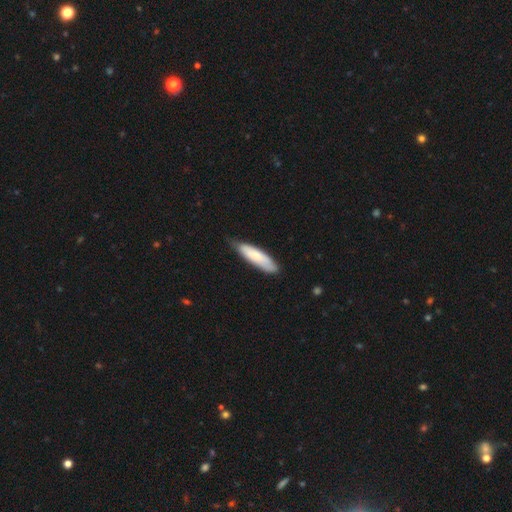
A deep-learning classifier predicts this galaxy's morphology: smooth_or_featured: smooth (p=0.75) [alt: featured or disk p=0.20]
how_rounded: cigar-shaped (p=0.67) [alt: in between p=0.31]
merging: none (p=0.67) [alt: minor disturbance p=0.27]